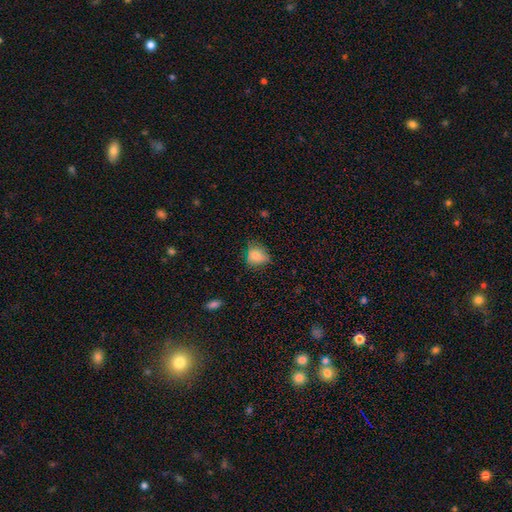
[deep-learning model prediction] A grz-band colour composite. It shows a smooth galaxy with no disk features (79%) that is round (61%). Merging: none (61%).